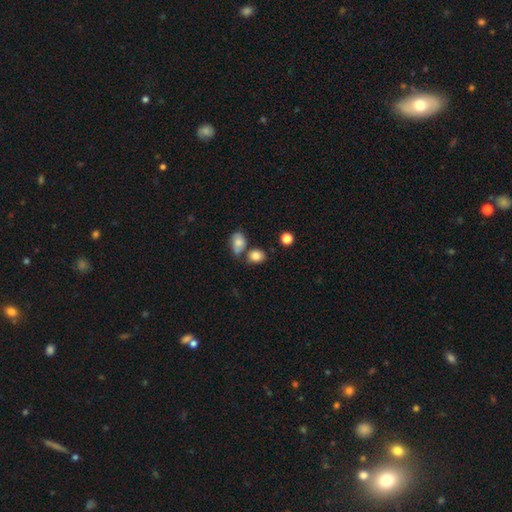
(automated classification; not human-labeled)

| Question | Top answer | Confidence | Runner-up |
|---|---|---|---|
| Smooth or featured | smooth | 83% | star or artifact (10%) |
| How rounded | in between | 50% | round (49%) |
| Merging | none | 60% | merger (21%) |